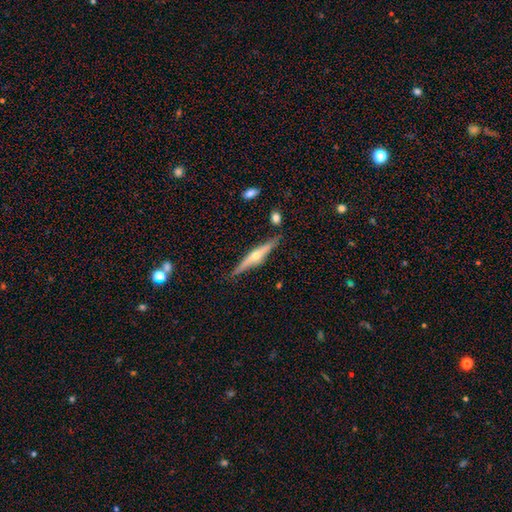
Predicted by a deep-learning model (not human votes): featured or disk 73%, smooth 21%, star or artifact 6%. Down the decision tree: edge-on disk — yes (97%); edge-on bulge — rounded (91%); merging — none (86%).